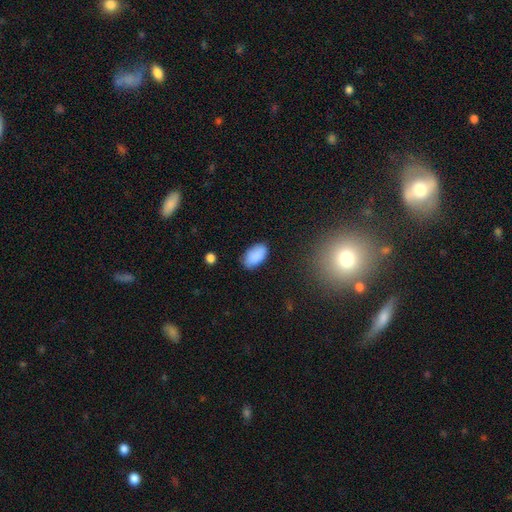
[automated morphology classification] A smooth galaxy with no disk features (89%) that is in between round and cigar-shaped (94%). Merging: none (81%).